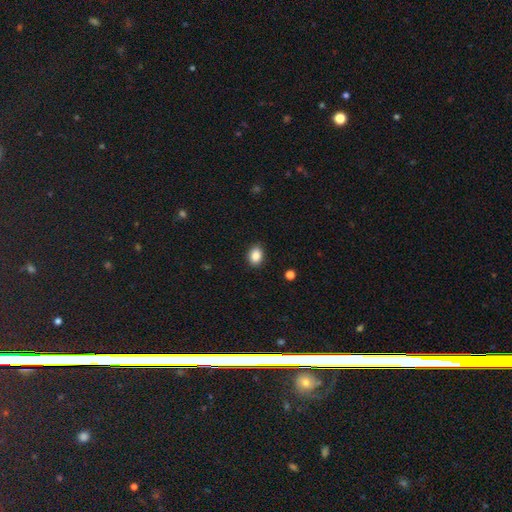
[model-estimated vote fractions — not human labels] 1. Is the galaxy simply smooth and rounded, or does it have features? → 87% smooth, 9% star or artifact, 4% featured or disk.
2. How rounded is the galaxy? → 63% in between, 36% round, 1% cigar-shaped.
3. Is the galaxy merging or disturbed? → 89% none, 8% minor disturbance, 2% major disturbance, 1% merger.